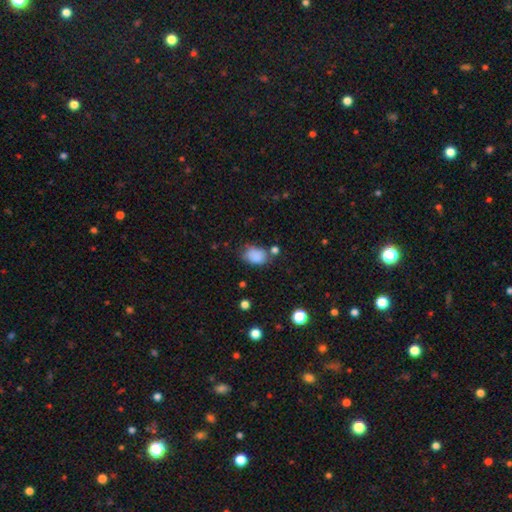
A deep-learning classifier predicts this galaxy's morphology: Smooth or featured? smooth (83%)
How rounded? in between (75%)
Merging? none (55%)